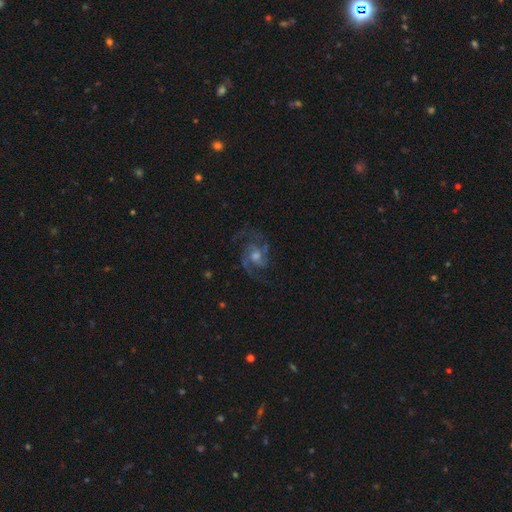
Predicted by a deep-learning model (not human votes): A featured or disk galaxy (88%) with no bar (56%), 3 (38%) medium (58%) spiral arms (98%) and a moderate central bulge (57%).

Vote fractions:
- Smooth or featured? featured or disk: 88% / star or artifact: 7% / smooth: 5%
- Edge-on disk? no: 98% / yes: 2%
- Bar? no: 56% / weak: 37% / strong: 7%
- Spiral arms? yes: 98% / no: 2%
- Spiral winding? medium: 58% / tight: 27% / loose: 15%
- Spiral arm count? 3: 38% / 2: 36% / can't tell: 9% / 4: 8% / 1: 5% / more than 4: 5%
- Bulge size? moderate: 57% / small: 30% / large: 8% / none: 4% / dominant: 1%
- Merging? none: 74% / minor disturbance: 15% / major disturbance: 10% / merger: 1%